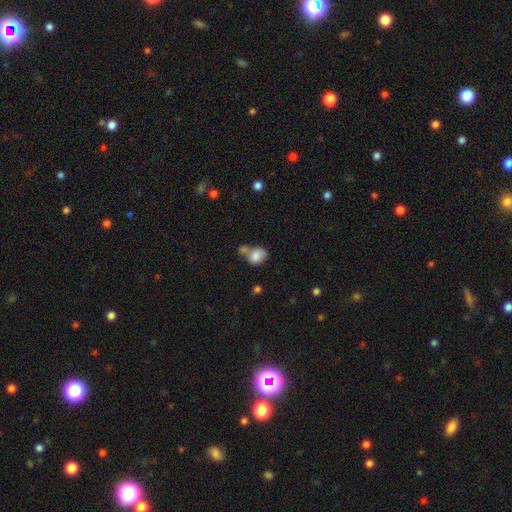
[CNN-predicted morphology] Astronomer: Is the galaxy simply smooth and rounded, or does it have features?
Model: smooth — 78%.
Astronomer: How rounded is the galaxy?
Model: in between — 50% (runner-up: round, 48%).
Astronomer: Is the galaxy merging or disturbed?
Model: merger — 37%, tied with none at 37%.